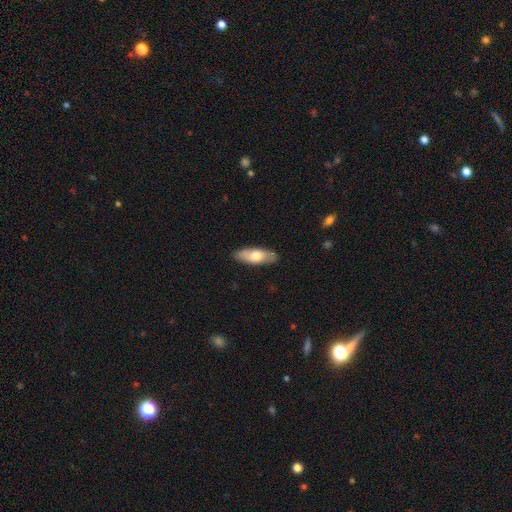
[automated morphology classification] This is likely a smooth galaxy (67%). How rounded: likely in between (63%). Merging: clearly none (88%).